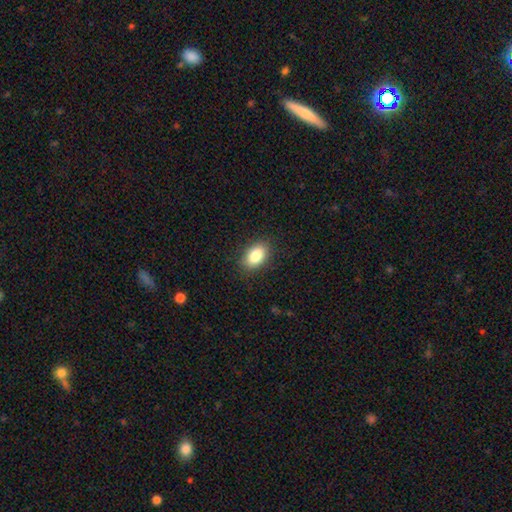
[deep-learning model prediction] Smooth or featured? smooth (85%)
How rounded? in between (89%)
Merging? none (87%)